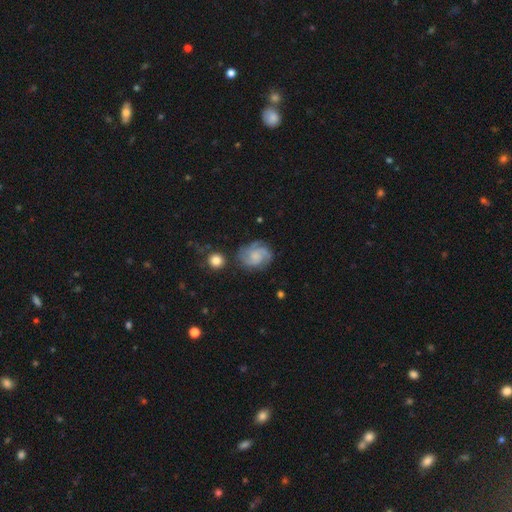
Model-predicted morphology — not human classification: Smooth or featured: featured or disk — 70% (smooth — 23%)
Edge-on disk: no — 98% (yes — 2%)
Bar: no — 69% (weak — 28%)
Spiral arms: yes — 94% (no — 6%)
Spiral winding: tight — 45% (medium — 42%)
Spiral arm count: 3 — 39% (2 — 23%)
Bulge size: none — 36% (small — 32%)
Merging: none — 70% (minor disturbance — 18%)